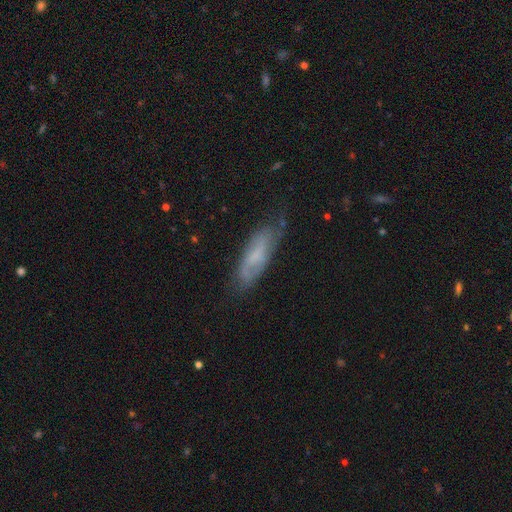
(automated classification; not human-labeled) smooth_or_featured: featured or disk (p=0.48) [alt: smooth p=0.44]
merging: none (p=0.64) [alt: minor disturbance p=0.26]